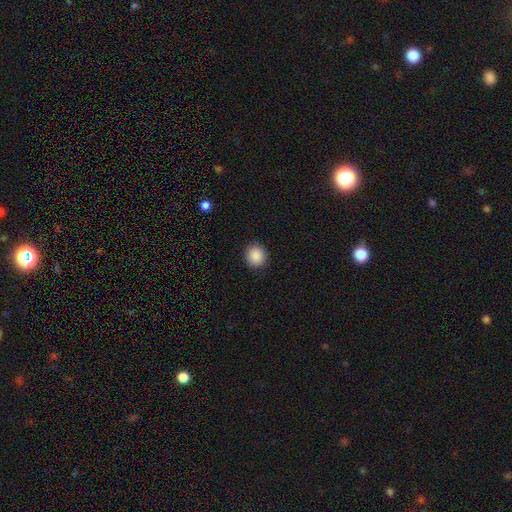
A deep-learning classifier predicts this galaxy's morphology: A smooth galaxy with no disk features (89%) that is round (84%). Merging: none (90%).